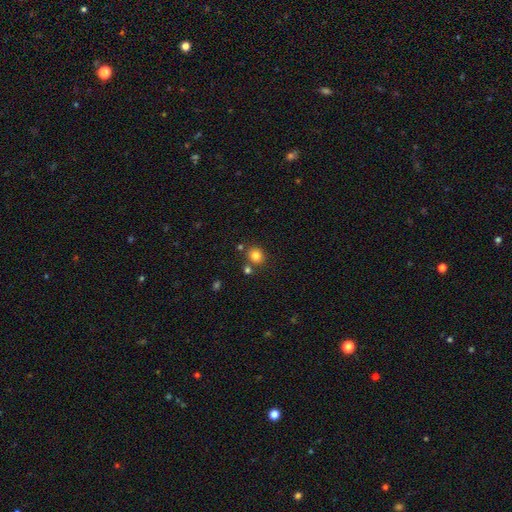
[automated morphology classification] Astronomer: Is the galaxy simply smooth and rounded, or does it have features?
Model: smooth — 82%.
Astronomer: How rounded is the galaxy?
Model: round — 81%.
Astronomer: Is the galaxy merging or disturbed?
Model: none — 77%.